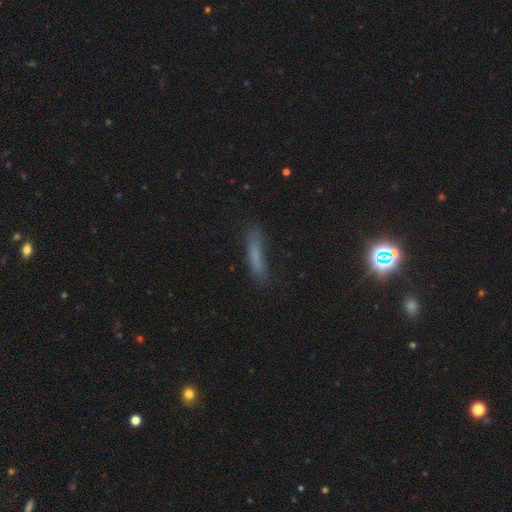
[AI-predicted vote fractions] This is likely a smooth galaxy (67%). How rounded: clearly cigar-shaped (85%). Merging: likely none (68%).